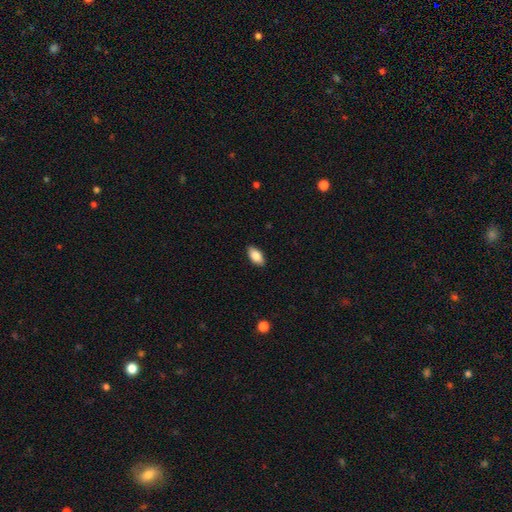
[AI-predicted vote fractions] This is clearly a smooth galaxy (85%). How rounded: clearly in between (92%). Merging: clearly none (89%).